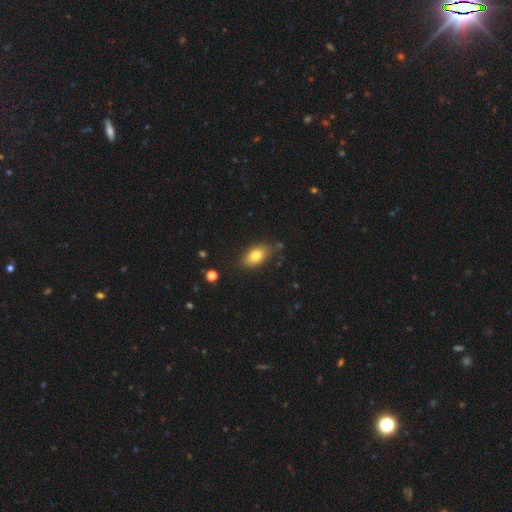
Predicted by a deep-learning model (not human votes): A smooth galaxy with no disk features (79%) that is in between round and cigar-shaped (89%). Merging: none (79%).